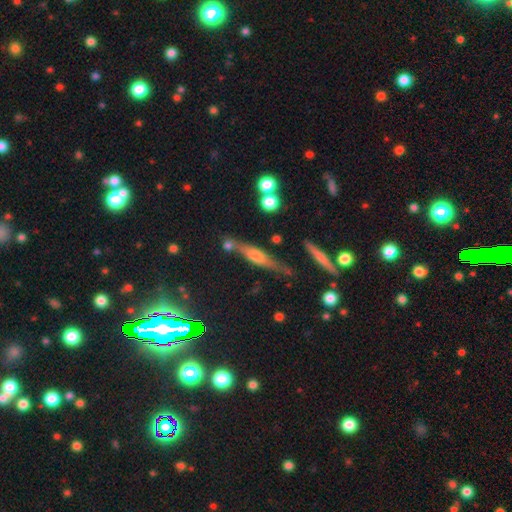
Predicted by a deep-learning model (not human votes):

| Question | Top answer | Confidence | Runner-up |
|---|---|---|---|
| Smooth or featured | featured or disk | 56% | smooth (28%) |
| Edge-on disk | yes | 91% | no (9%) |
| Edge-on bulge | rounded | 73% | boxy (18%) |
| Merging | none | 70% | minor disturbance (16%) |